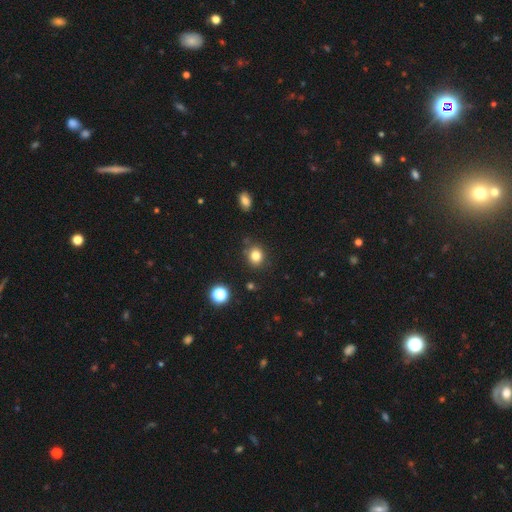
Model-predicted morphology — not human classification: This appears to be a smooth galaxy with no disk features (81%) that is round (73%). Merging: none (81%).